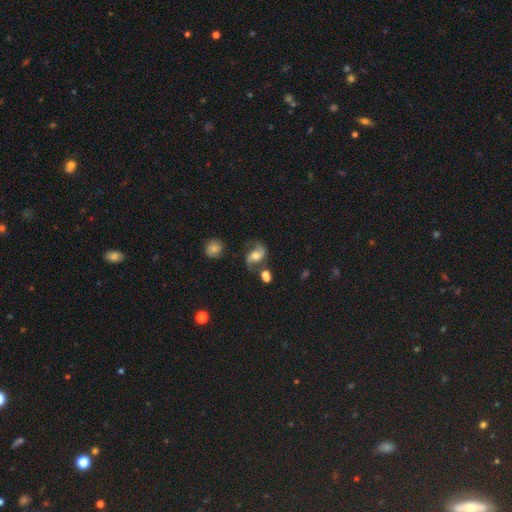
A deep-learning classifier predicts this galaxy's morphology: This is likely a featured or disk galaxy (76%). It is clearly not viewed edge-on (97%). Bar: possibly no (48%). Spiral arm pattern: clearly yes (94%). Spiral arm count: clearly 2 (92%). Spiral winding: possibly loose (58%). Central bulge: likely moderate (67%). Merging: likely none (64%).